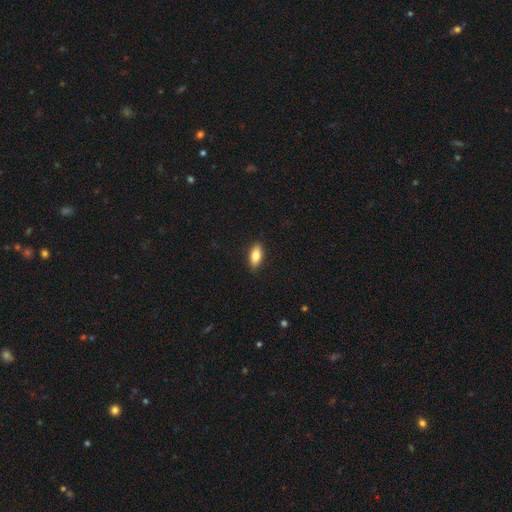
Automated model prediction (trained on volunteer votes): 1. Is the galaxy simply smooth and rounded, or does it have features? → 81% smooth, 13% featured or disk, 7% star or artifact.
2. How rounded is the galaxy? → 87% in between, 10% cigar-shaped, 3% round.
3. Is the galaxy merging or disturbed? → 90% none, 8% minor disturbance, 2% major disturbance, 1% merger.